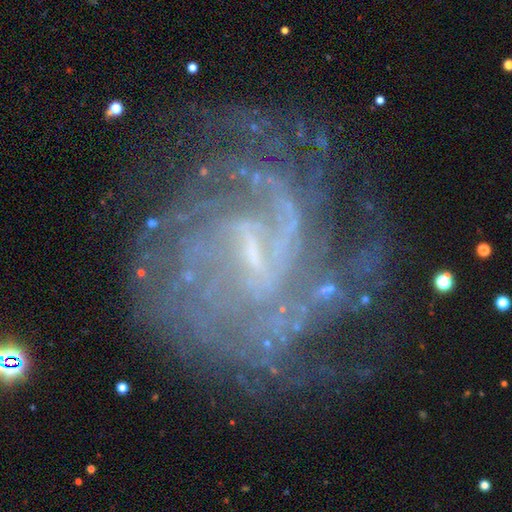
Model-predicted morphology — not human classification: Smooth or featured: featured or disk — 87% (star or artifact — 8%)
Edge-on disk: no — 98% (yes — 2%)
Bar: weak — 54% (strong — 26%)
Spiral arms: yes — 94% (no — 6%)
Spiral winding: tight — 54% (medium — 35%)
Spiral arm count: can't tell — 35% (2 — 20%)
Bulge size: small — 60% (none — 27%)
Merging: none — 63% (minor disturbance — 18%)